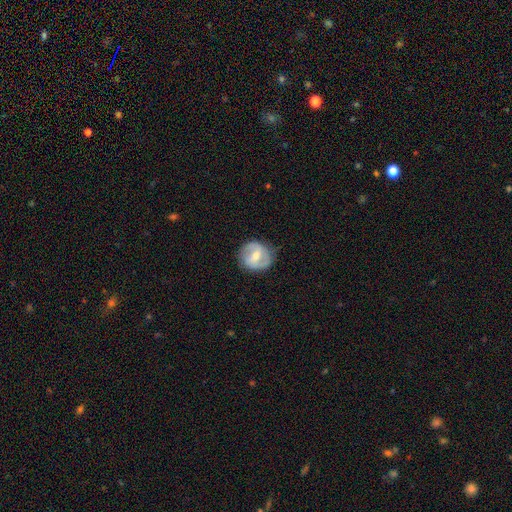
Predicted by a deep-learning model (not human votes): The model was most divided on "bar": weak: 47%, strong: 33%, no: 20%. More confident: edge-on disk — no (97%); merging — none (80%); spiral arms — yes (76%); smooth or featured — featured or disk (67%); bulge size — moderate (61%).